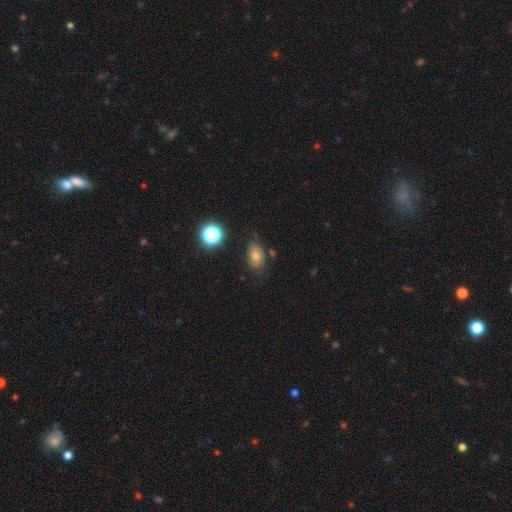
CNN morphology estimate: smooth 60%, star or artifact 21%, featured or disk 20%. Down the decision tree: how rounded — in between (78%); merging — none (70%).